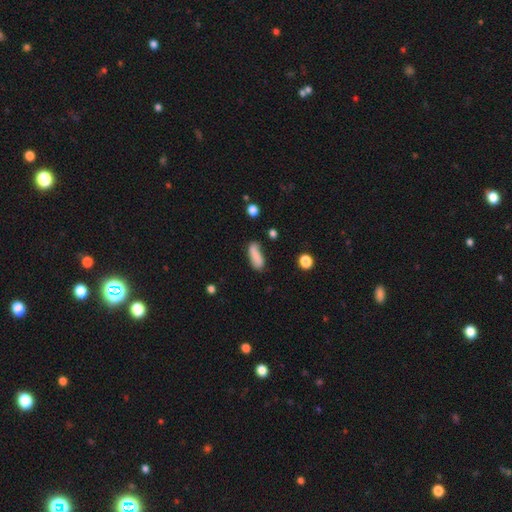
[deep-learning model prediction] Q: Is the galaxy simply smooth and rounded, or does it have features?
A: smooth — 80%.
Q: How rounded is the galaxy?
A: in between — 64%.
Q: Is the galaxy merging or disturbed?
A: none — 60%.